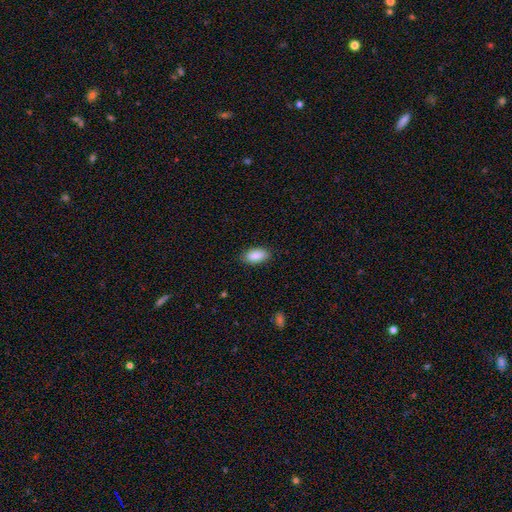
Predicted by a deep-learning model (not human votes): smooth-or-featured: smooth: 90% | star or artifact: 6% | featured or disk: 4%
  how-rounded: in between: 93% | cigar-shaped: 4% | round: 3%
  merging: none: 86% | minor disturbance: 10% | major disturbance: 2% | merger: 1%